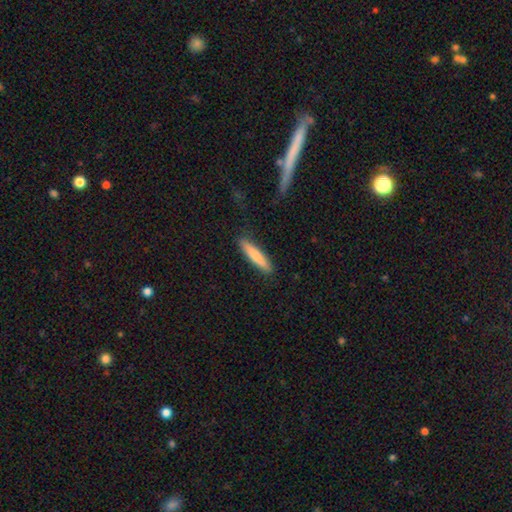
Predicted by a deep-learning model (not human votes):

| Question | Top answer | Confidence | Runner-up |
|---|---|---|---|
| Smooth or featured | smooth | 79% | featured or disk (15%) |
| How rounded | cigar-shaped | 91% | in between (8%) |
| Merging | none | 89% | minor disturbance (8%) |